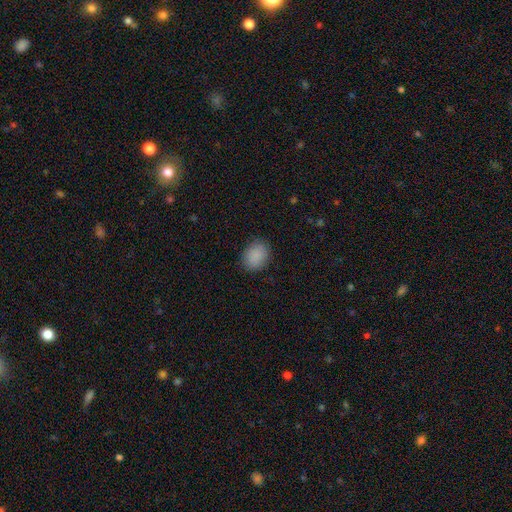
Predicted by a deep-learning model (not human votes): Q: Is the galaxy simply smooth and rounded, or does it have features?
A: smooth — 88%.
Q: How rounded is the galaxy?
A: in between — 52%.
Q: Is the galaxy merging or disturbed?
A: none — 86%.